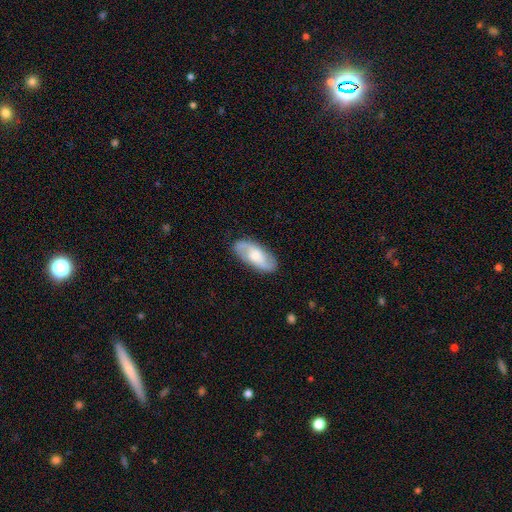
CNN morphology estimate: The model was most divided on "bar": no: 55%, weak: 37%, strong: 8%. Remaining: edge-on disk — no (91%); spiral arms — yes (89%); merging — none (85%); smooth or featured — featured or disk (59%); bulge size — moderate (49%).